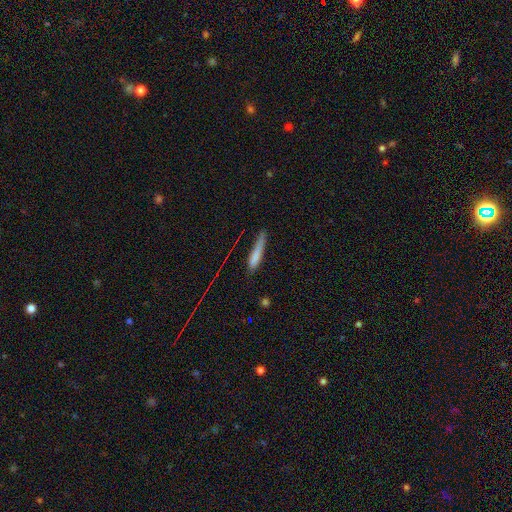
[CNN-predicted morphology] Smooth or featured: smooth — 76% (featured or disk — 16%)
How rounded: cigar-shaped — 90% (in between — 9%)
Merging: none — 64% (minor disturbance — 25%)